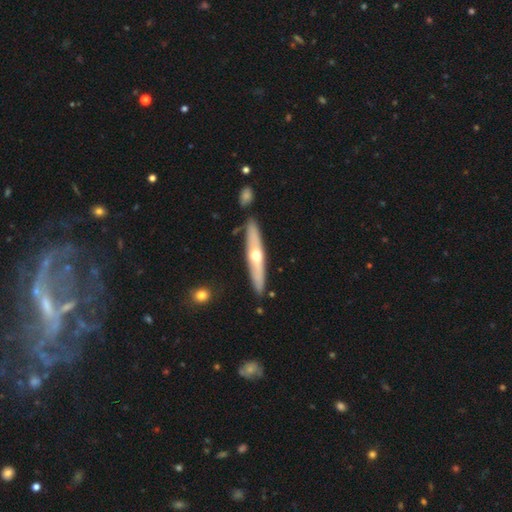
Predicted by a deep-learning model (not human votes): A featured or disk galaxy (58%) viewed edge-on (85%). Merging: none (86%).